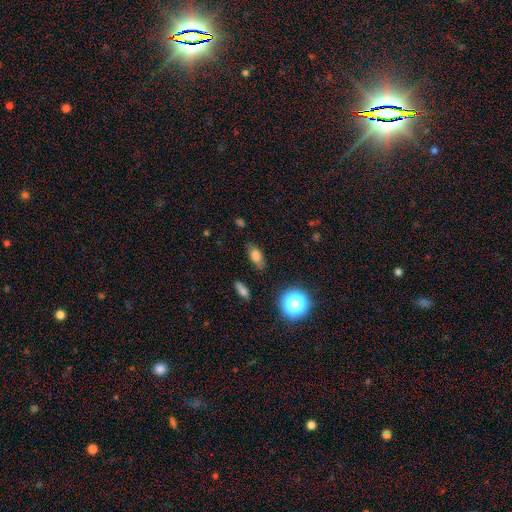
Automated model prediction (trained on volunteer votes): Morphology: type=smooth (75%); roundness=in between (83%); merging=none (78%).